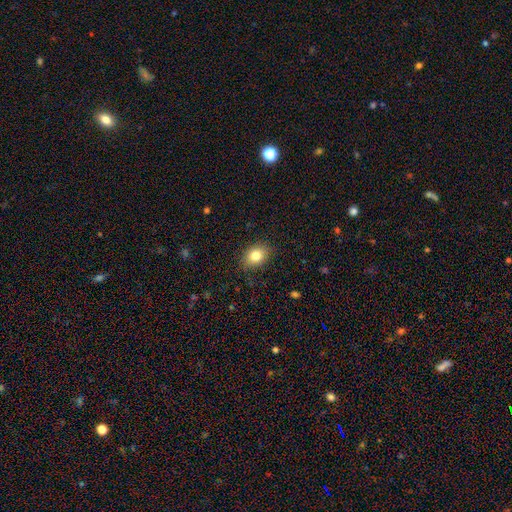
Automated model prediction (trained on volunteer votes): Q: Smooth or featured?
A: smooth (82%); runner-up: star or artifact (9%)
Q: How rounded?
A: in between (65%); runner-up: round (34%)
Q: Merging?
A: none (87%); runner-up: minor disturbance (10%)